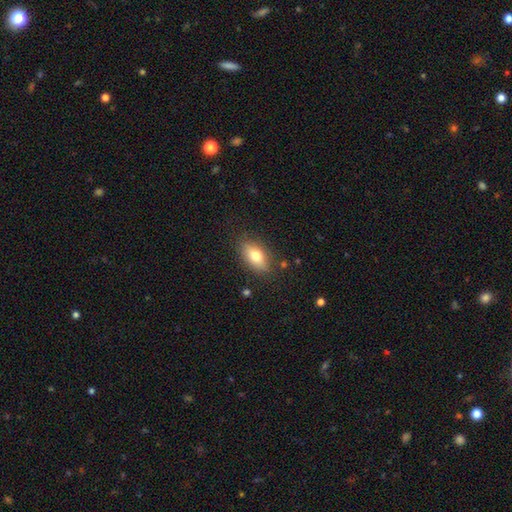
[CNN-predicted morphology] The model was most divided on "smooth or featured": smooth: 71%, featured or disk: 21%, star or artifact: 8%. More confident: how rounded — in between (84%); merging — none (83%).